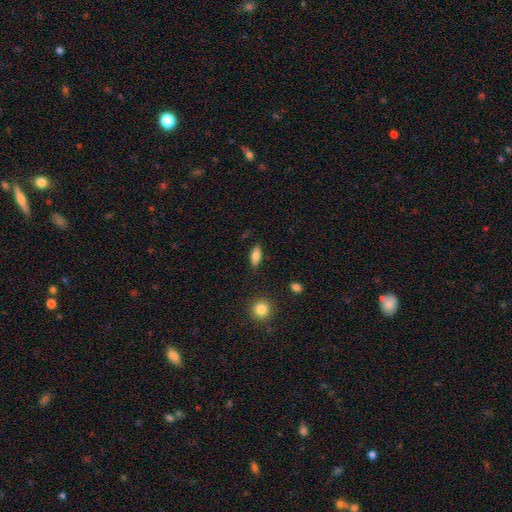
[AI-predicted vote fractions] smooth 77%, featured or disk 16%, star or artifact 8%. Down the decision tree: how rounded — in between (80%); merging — none (83%).